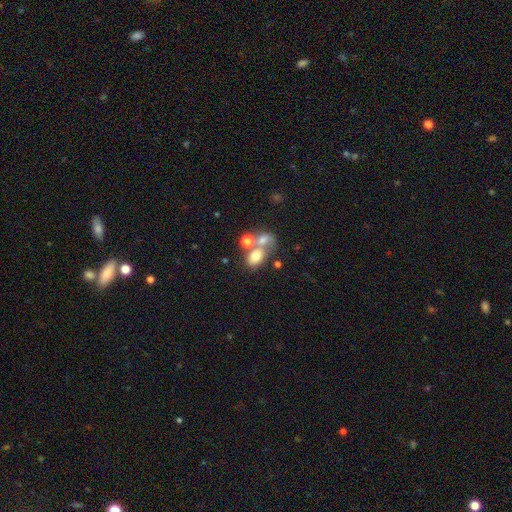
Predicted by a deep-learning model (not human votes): This is likely a smooth galaxy (69%). How rounded: likely in between (66%). Merging: possibly merger (53%).